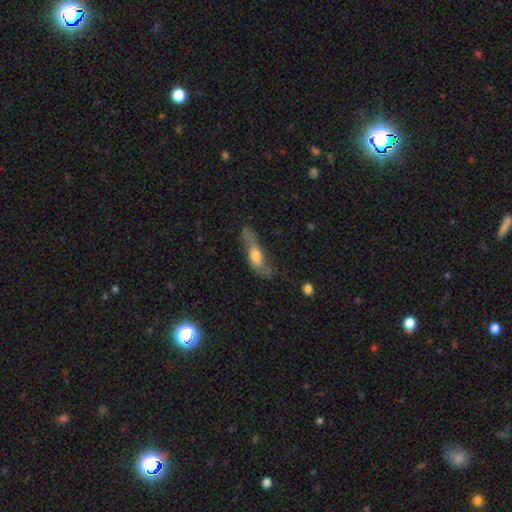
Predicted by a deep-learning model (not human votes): The model was most divided on "smooth or featured": featured or disk: 52%, smooth: 41%, star or artifact: 7%. Remaining: edge-on disk — no (67%); merging — none (49%).